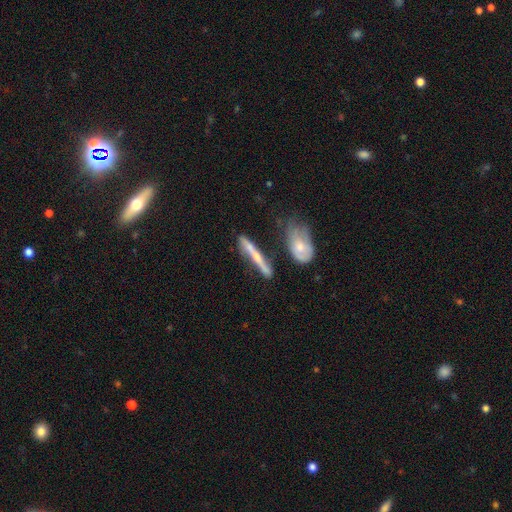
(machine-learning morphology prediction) smooth_or_featured: featured or disk (p=0.56) [alt: smooth p=0.37]
disk_edge_on: yes (p=0.84) [alt: no p=0.16]
merging: none (p=0.61) [alt: minor disturbance p=0.21]